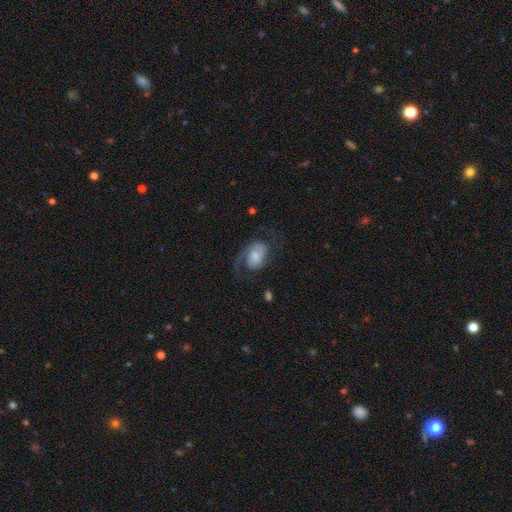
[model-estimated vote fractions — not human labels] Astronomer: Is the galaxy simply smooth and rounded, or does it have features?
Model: featured or disk — 63%.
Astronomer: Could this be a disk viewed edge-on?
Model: no — 97%.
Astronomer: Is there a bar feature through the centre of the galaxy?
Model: no — 57% (runner-up: weak, 34%).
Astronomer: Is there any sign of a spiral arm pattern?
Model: yes — 90%.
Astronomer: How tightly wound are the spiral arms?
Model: medium — 42% (runner-up: loose, 41%).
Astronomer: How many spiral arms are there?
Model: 2 — 60%.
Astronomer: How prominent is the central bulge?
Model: moderate — 41% (runner-up: small, 34%).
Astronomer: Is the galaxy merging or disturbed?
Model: none — 48% (runner-up: major disturbance, 29%).